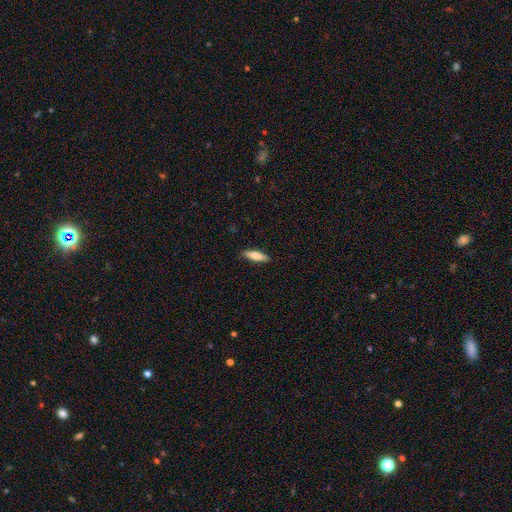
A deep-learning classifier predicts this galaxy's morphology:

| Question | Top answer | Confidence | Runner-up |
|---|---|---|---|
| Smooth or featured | smooth | 69% | featured or disk (25%) |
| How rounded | cigar-shaped | 64% | in between (34%) |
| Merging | none | 89% | minor disturbance (9%) |